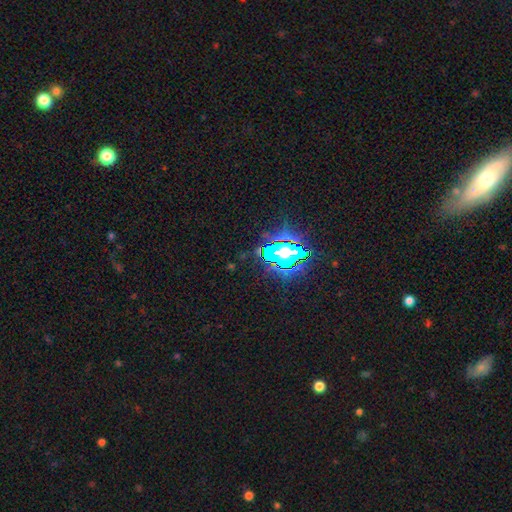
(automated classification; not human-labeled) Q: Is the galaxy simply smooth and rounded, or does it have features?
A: star or artifact — 81%.